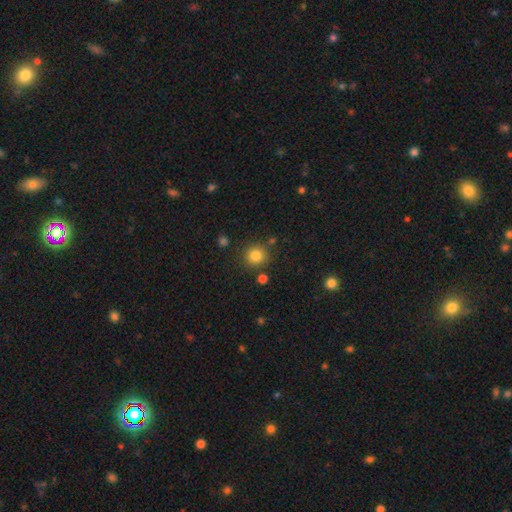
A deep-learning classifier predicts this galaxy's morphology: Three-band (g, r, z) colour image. It shows a smooth galaxy with no disk features (83%) that is round (92%). Merging: none (83%).